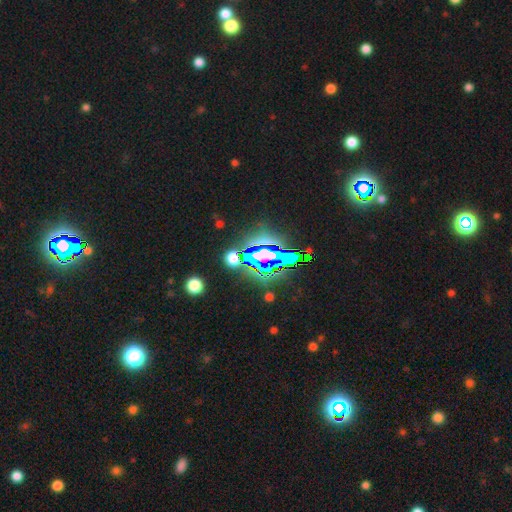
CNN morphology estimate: smooth-or-featured: star or artifact: 76% | smooth: 13% | featured or disk: 12%